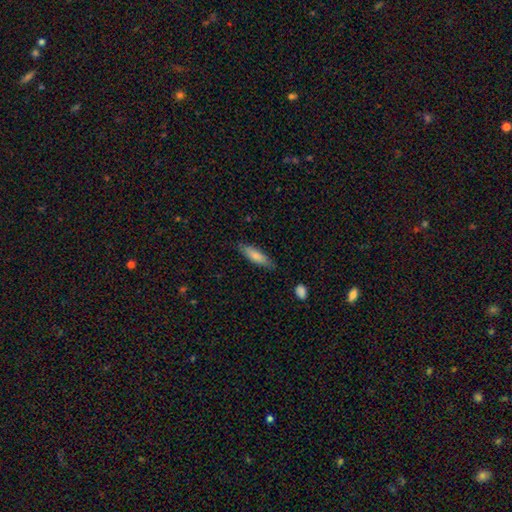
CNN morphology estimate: A smooth galaxy with no disk features (78%) that is cigar-shaped (63%).

Vote fractions:
- Smooth or featured? smooth: 78% / featured or disk: 16% / star or artifact: 6%
- How rounded? cigar-shaped: 63% / in between: 35% / round: 1%
- Merging? none: 81% / minor disturbance: 15% / major disturbance: 3% / merger: 2%